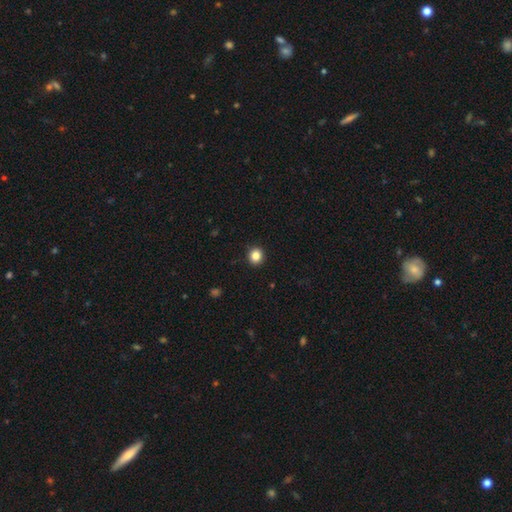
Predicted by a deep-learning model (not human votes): This is clearly a smooth galaxy (84%). How rounded: clearly round (86%). Merging: clearly none (92%).